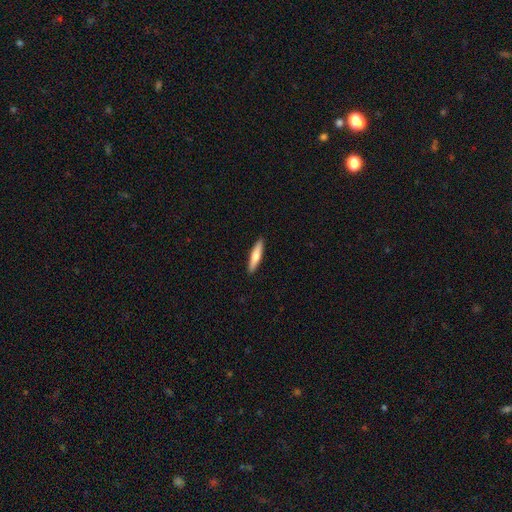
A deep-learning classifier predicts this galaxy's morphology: A smooth galaxy with no disk features (64%) that is cigar-shaped (85%). Merging: none (92%).